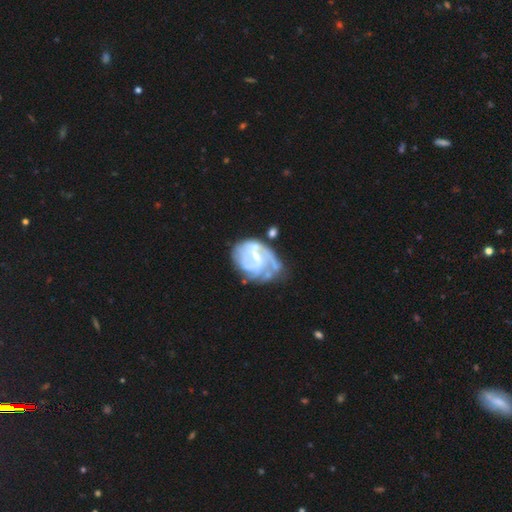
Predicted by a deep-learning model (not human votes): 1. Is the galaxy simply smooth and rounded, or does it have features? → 80% featured or disk, 14% smooth, 6% star or artifact.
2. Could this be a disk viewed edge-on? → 98% no, 2% yes.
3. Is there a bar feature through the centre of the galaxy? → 48% weak, 38% no, 14% strong.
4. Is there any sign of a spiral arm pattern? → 84% yes, 16% no.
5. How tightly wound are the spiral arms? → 43% tight, 40% medium, 18% loose.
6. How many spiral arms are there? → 34% can't tell, 33% 2, 17% 3, 7% 1, 5% 4, 4% more than 4.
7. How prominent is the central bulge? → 64% small, 19% moderate, 15% none, 1% large, 1% dominant.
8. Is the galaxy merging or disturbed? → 40% none, 27% minor disturbance, 24% major disturbance, 8% merger.